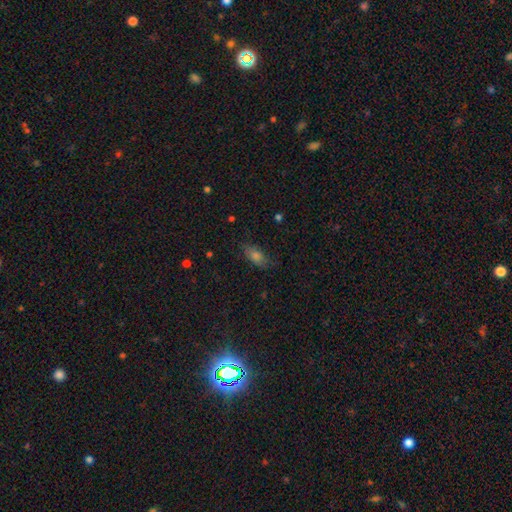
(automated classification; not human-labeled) Smooth or featured?
  - smooth: 61% *
  - star or artifact: 20%
  - featured or disk: 19%
How rounded?
  - in between: 77% *
  - cigar-shaped: 15%
  - round: 8%
Merging?
  - none: 77% *
  - minor disturbance: 17%
  - major disturbance: 5%
  - merger: 1%